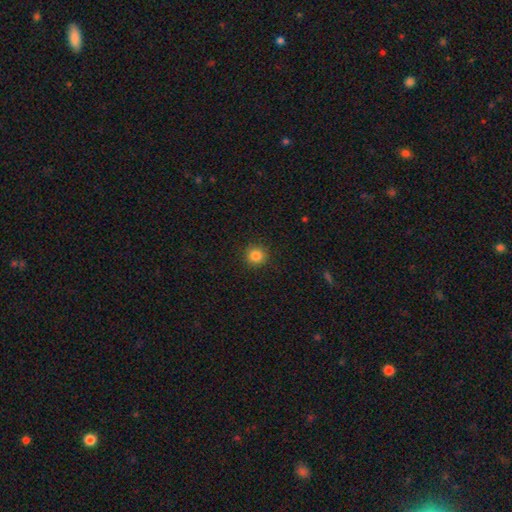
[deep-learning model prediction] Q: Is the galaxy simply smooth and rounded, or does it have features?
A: smooth — 85%.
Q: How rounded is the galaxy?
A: round — 93%.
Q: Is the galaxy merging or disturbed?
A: none — 91%.